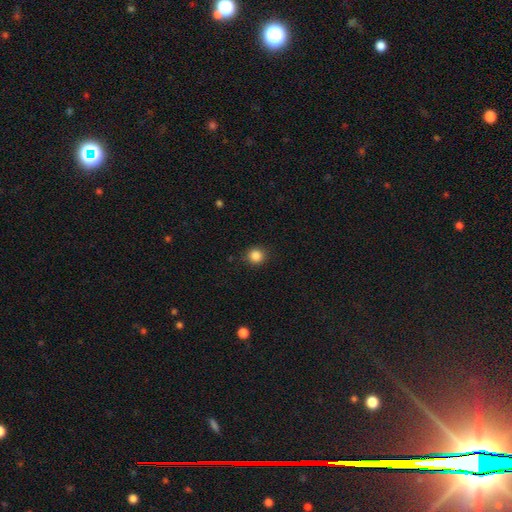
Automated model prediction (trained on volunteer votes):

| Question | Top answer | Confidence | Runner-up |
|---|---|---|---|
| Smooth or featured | smooth | 86% | star or artifact (11%) |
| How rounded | round | 91% | in between (8%) |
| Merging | none | 89% | minor disturbance (7%) |